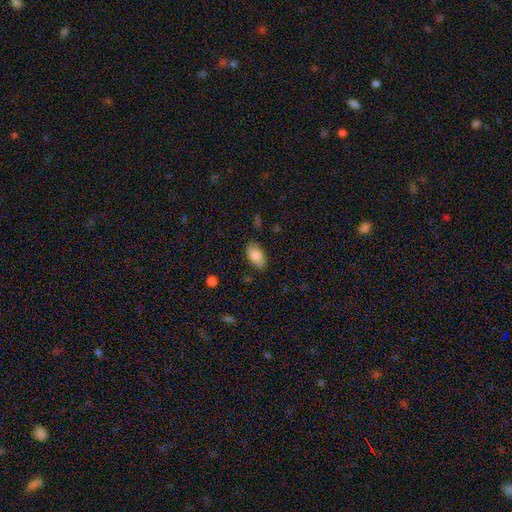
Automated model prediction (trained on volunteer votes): A smooth galaxy with no disk features (85%) that is in between round and cigar-shaped (93%). Merging: none (77%).